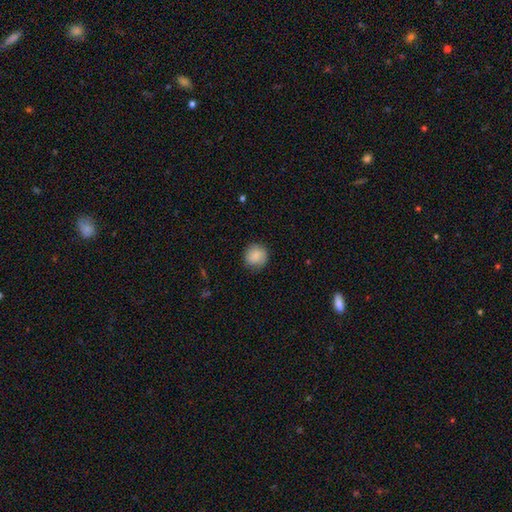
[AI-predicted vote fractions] Morphology: type=smooth (84%); roundness=round (90%); merging=none (82%).